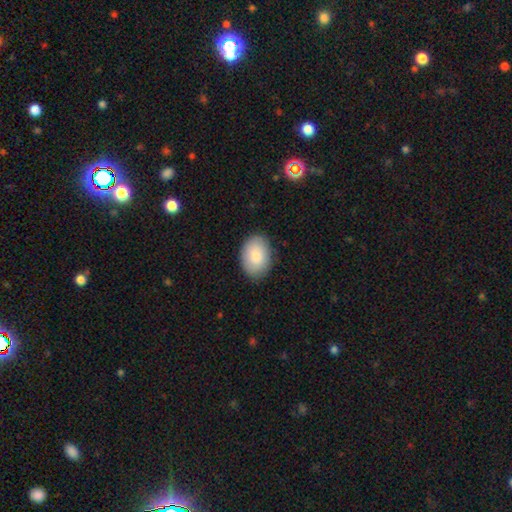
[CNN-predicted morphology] A smooth galaxy with no disk features (85%) that is in between round and cigar-shaped (83%). Merging: none (86%).